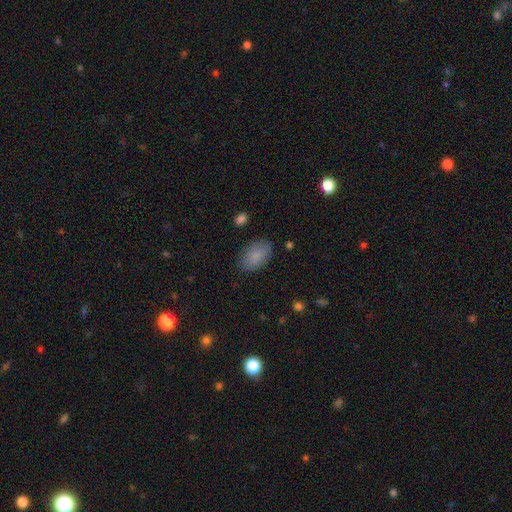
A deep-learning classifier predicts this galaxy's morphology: This is clearly a smooth galaxy (86%). How rounded: clearly in between (93%). Merging: clearly none (84%).